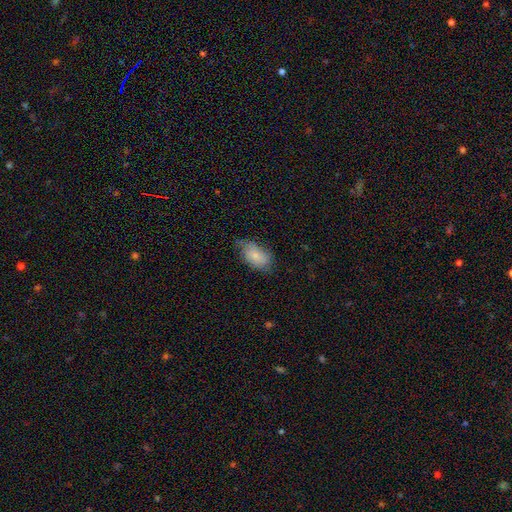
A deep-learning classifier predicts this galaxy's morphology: smooth_or_featured: smooth (p=0.76) [alt: featured or disk p=0.17]
how_rounded: in between (p=0.92) [alt: round p=0.06]
merging: none (p=0.52) [alt: minor disturbance p=0.35]